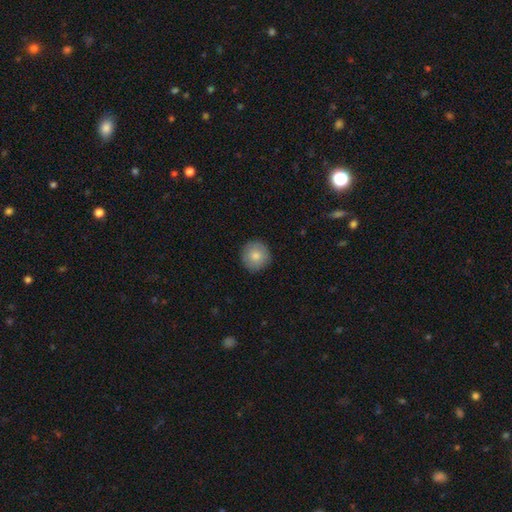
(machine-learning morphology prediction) Q: Smooth or featured?
A: smooth (81%); runner-up: featured or disk (12%)
Q: How rounded?
A: round (95%); runner-up: in between (4%)
Q: Merging?
A: none (89%); runner-up: minor disturbance (8%)